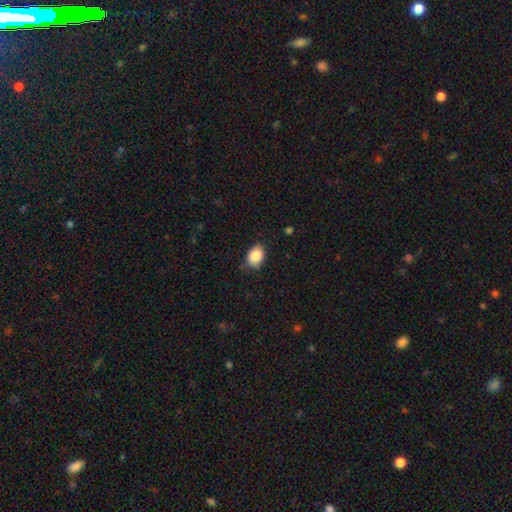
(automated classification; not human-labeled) smooth-or-featured: smooth: 86% | star or artifact: 8% | featured or disk: 6%
  how-rounded: in between: 75% | round: 24% | cigar-shaped: 1%
  merging: none: 81% | minor disturbance: 15% | major disturbance: 3% | merger: 1%